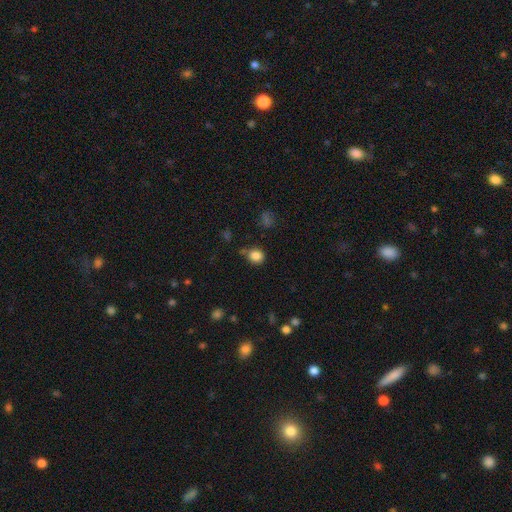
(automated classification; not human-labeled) Smooth or featured: smooth — 84% (star or artifact — 11%)
How rounded: round — 78% (in between — 21%)
Merging: none — 74% (minor disturbance — 16%)